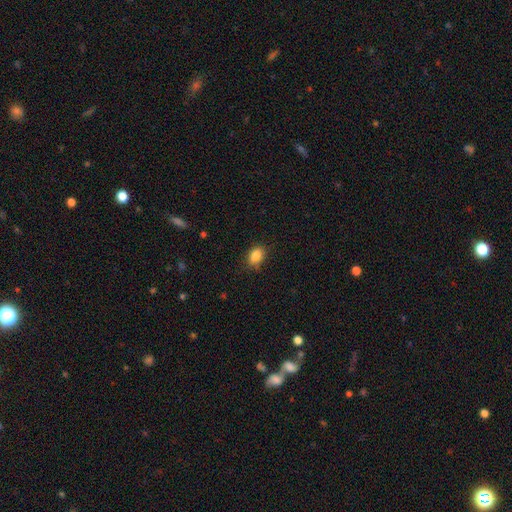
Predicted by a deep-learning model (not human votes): A smooth galaxy with no disk features (86%) that is in between round and cigar-shaped (78%).

Vote fractions:
- Smooth or featured? smooth: 86% / star or artifact: 9% / featured or disk: 5%
- How rounded? in between: 78% / round: 21% / cigar-shaped: 1%
- Merging? none: 81% / minor disturbance: 15% / major disturbance: 3% / merger: 1%